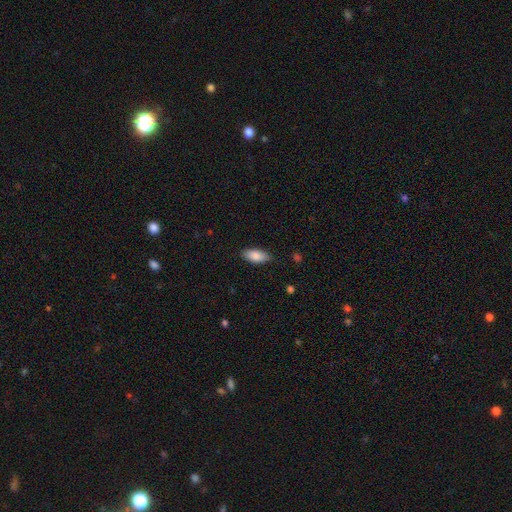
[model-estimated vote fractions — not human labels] A smooth galaxy with no disk features (85%) that is in between round and cigar-shaped (87%).

Vote fractions:
- Smooth or featured? smooth: 85% / featured or disk: 9% / star or artifact: 6%
- How rounded? in between: 87% / cigar-shaped: 11% / round: 2%
- Merging? none: 84% / minor disturbance: 13% / major disturbance: 2% / merger: 1%